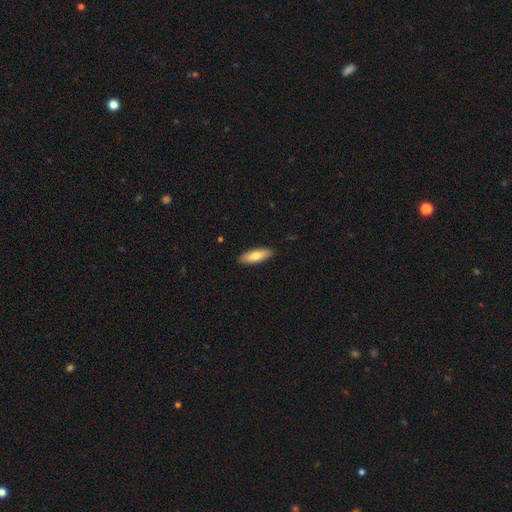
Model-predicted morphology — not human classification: Smooth or featured: smooth — 76% (featured or disk — 18%)
How rounded: in between — 60% (cigar-shaped — 38%)
Merging: none — 90% (minor disturbance — 8%)